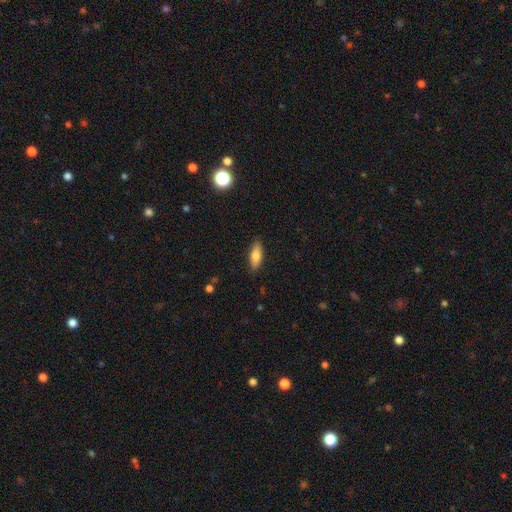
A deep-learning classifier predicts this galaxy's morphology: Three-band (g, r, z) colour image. It shows a smooth galaxy with no disk features (73%) that is in between round and cigar-shaped (60%). Merging: none (87%).